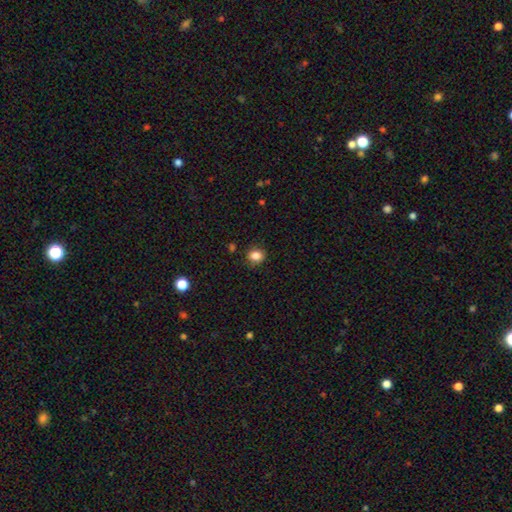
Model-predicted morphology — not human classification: Overall: smooth (84%). How rounded: round (72%). Merging: none (84%).